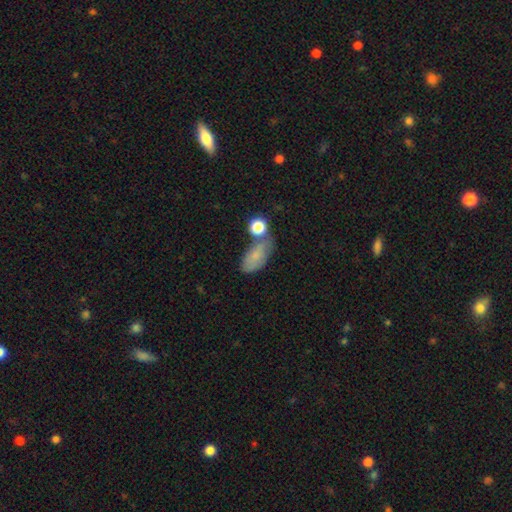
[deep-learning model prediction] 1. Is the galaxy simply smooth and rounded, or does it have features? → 72% smooth, 17% featured or disk, 10% star or artifact.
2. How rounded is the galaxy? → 86% in between, 9% round, 5% cigar-shaped.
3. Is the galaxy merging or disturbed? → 46% none, 24% minor disturbance, 20% merger, 10% major disturbance.